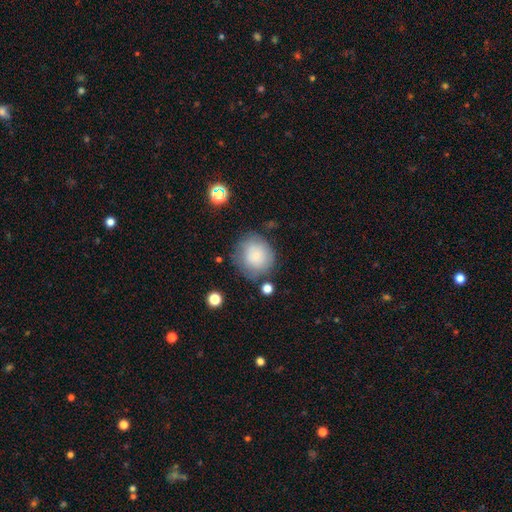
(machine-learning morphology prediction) Smooth or featured? Predicted: smooth (p=0.78). How rounded? Predicted: round (p=0.84). Merging? Predicted: none (p=0.66).